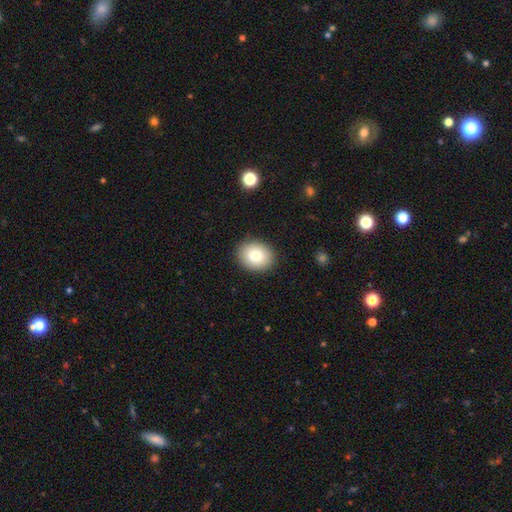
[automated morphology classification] type=smooth (82%); roundness=round (57%); merging=none (89%).